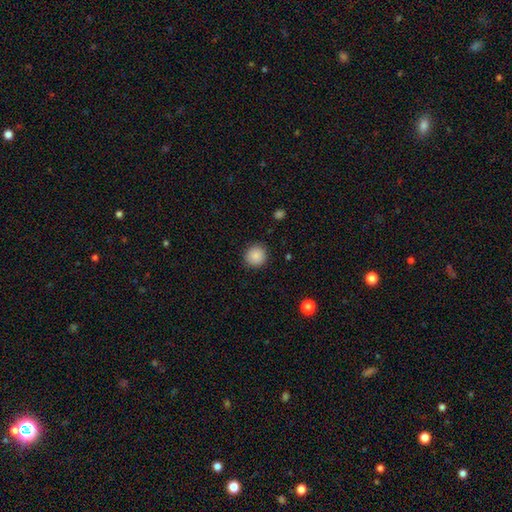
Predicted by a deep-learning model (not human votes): Smooth or featured? smooth (88%)
How rounded? round (91%)
Merging? none (90%)